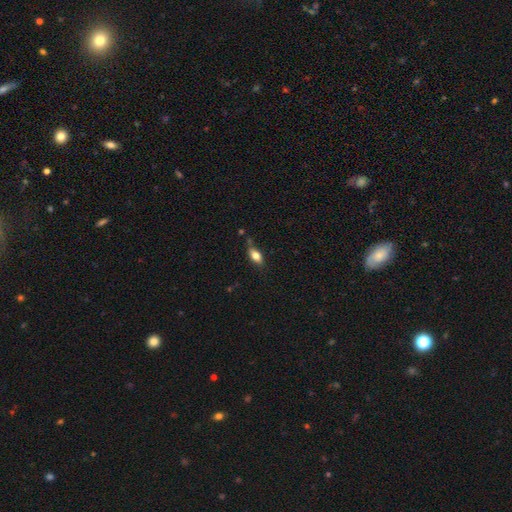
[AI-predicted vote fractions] This is likely a smooth galaxy (75%). How rounded: clearly in between (84%). Merging: likely none (66%).